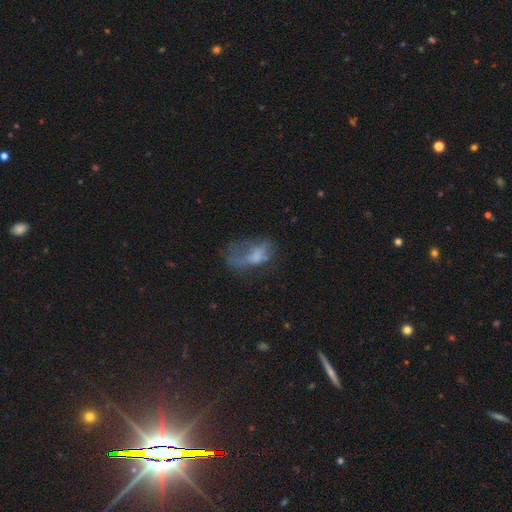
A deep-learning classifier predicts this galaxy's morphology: This is possibly a smooth galaxy (48%). Merging: possibly major disturbance (46%).